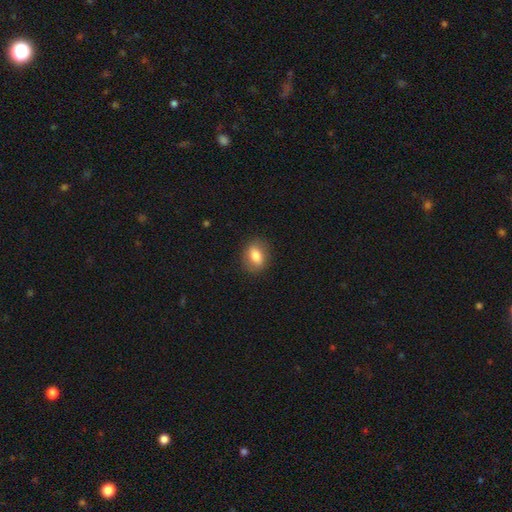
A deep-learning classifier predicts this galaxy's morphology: This is likely a smooth galaxy (79%). How rounded: likely in between (69%). Merging: clearly none (84%).